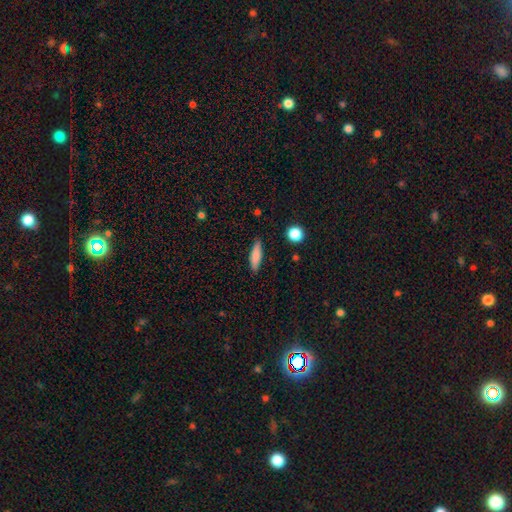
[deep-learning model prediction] Smooth or featured? smooth (80%)
How rounded? cigar-shaped (69%)
Merging? none (87%)